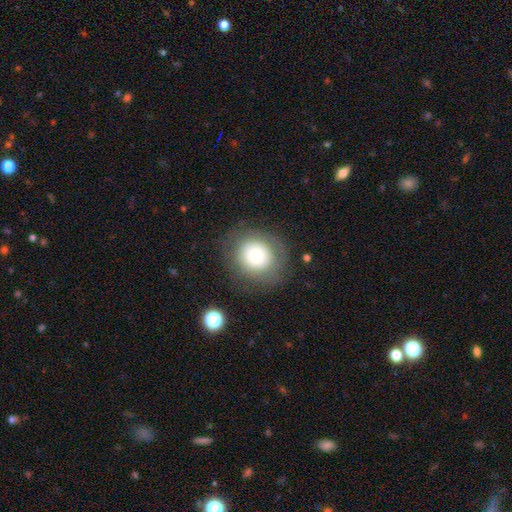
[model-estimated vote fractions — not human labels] The model was most divided on "smooth or featured": smooth: 66%, featured or disk: 23%, star or artifact: 11%. More confident: how rounded — round (86%); merging — none (79%).